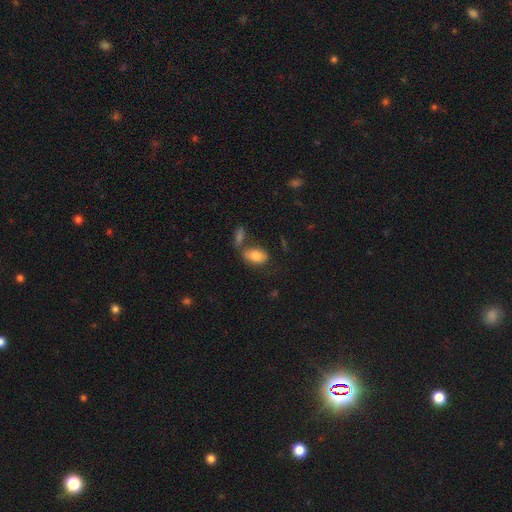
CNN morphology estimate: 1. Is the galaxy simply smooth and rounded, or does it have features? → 80% smooth, 13% featured or disk, 8% star or artifact.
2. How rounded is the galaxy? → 91% in between, 6% round, 3% cigar-shaped.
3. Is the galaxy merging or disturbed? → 52% none, 25% merger, 16% minor disturbance, 7% major disturbance.